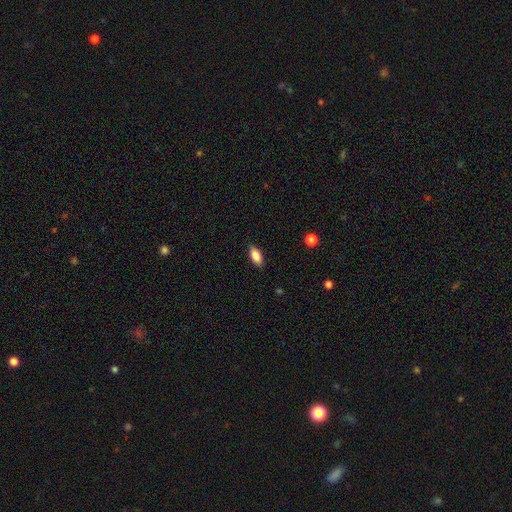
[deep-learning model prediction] Smooth or featured? Predicted: smooth (p=0.85). How rounded? Predicted: in between (p=0.87). Merging? Predicted: none (p=0.86).